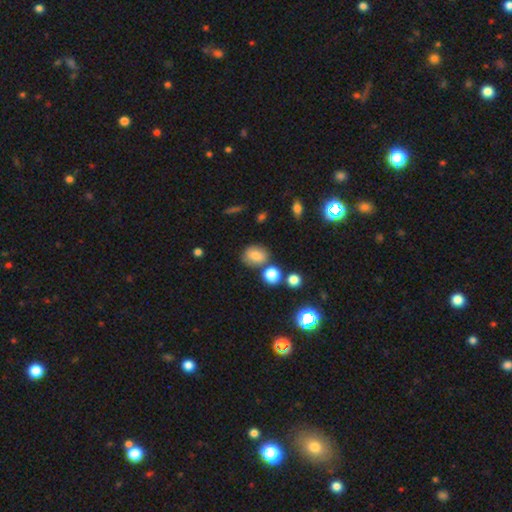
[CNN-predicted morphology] smooth 77%, star or artifact 12%, featured or disk 11%. Down the decision tree: how rounded — in between (52%); merging — none (71%).